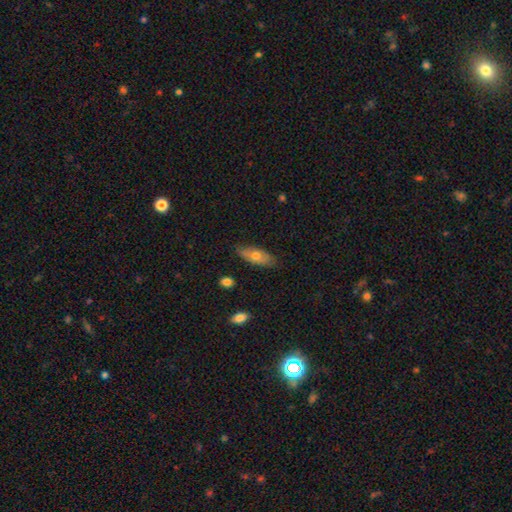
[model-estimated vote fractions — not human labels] Q: Smooth or featured?
A: smooth (65%); runner-up: featured or disk (29%)
Q: How rounded?
A: in between (76%); runner-up: cigar-shaped (20%)
Q: Merging?
A: none (81%); runner-up: minor disturbance (15%)